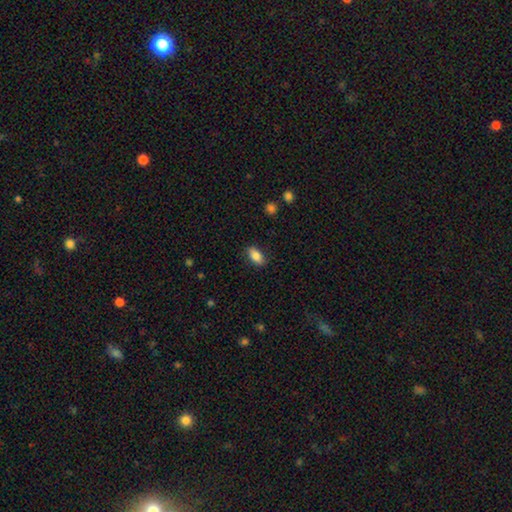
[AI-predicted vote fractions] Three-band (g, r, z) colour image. It shows a smooth galaxy with no disk features (85%) that is in between round and cigar-shaped (89%). Merging: none (85%).